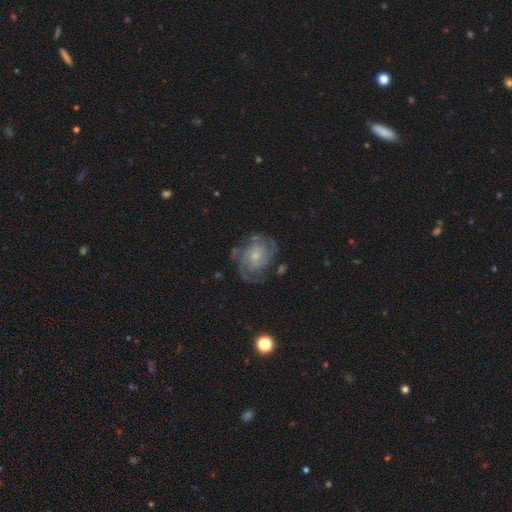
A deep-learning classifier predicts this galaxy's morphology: Overall: featured or disk (80%). Edge-on disk: no (98%). Bar: no (71%). Spiral arms: yes (91%). Spiral arm count: can't tell (36%; 3 22%). Spiral winding: tight (54%; medium 36%). Bulge size: small (54%; moderate 39%). Merging: none (66%).